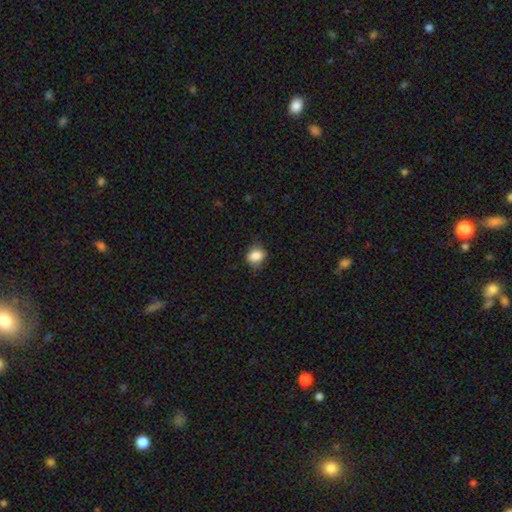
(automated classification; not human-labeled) Overall: smooth (86%). How rounded: round (56%; in between 43%). Merging: none (73%).